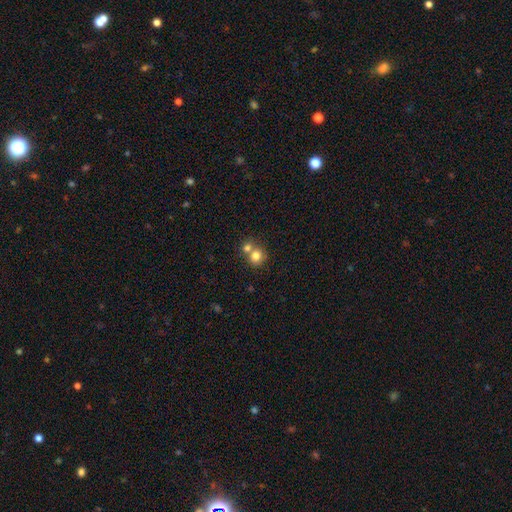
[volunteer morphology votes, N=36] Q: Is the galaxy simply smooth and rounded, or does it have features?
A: smooth — 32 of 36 (89%).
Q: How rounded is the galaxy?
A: round — 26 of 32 (81%).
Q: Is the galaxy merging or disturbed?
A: merger — 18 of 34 (53%).